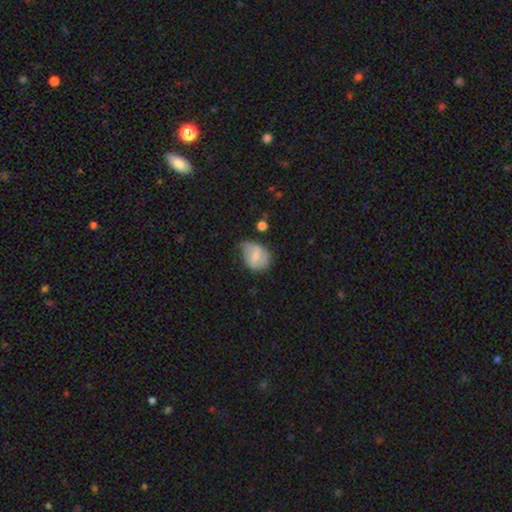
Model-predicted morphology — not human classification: The model was most divided on "merging": minor disturbance: 41%, none: 40%, major disturbance: 15%, merger: 3%. More confident: how rounded — in between (53%); smooth or featured — smooth (52%).